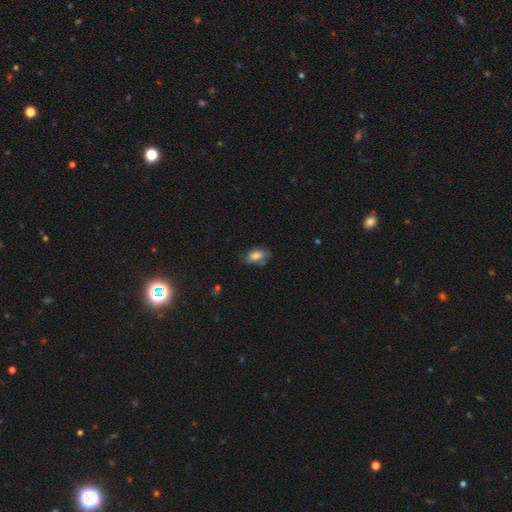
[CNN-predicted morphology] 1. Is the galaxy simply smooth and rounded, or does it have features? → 76% smooth, 16% featured or disk, 8% star or artifact.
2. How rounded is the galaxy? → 90% in between, 7% round, 3% cigar-shaped.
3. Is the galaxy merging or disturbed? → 61% none, 27% minor disturbance, 8% major disturbance, 3% merger.